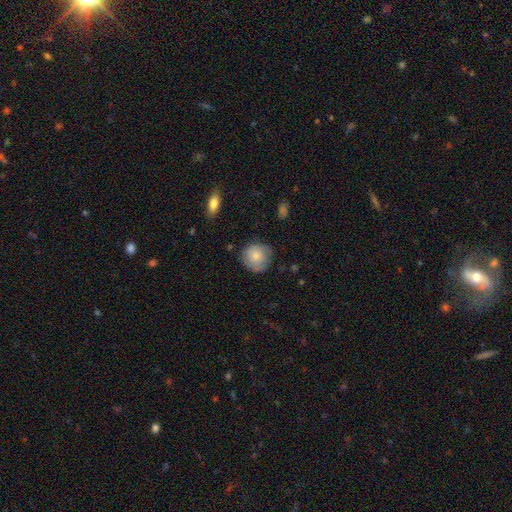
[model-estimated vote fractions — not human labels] The model was most divided on "merging": none: 73%, minor disturbance: 21%, major disturbance: 5%, merger: 1%. More confident: how rounded — round (90%); smooth or featured — smooth (77%).